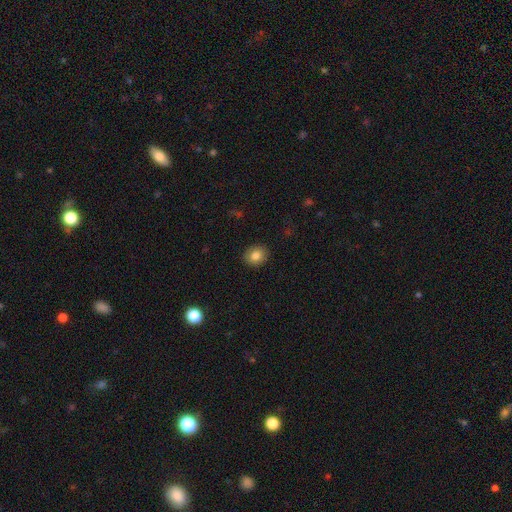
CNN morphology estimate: Overall: smooth (83%). How rounded: round (66%; in between 33%). Merging: none (89%).